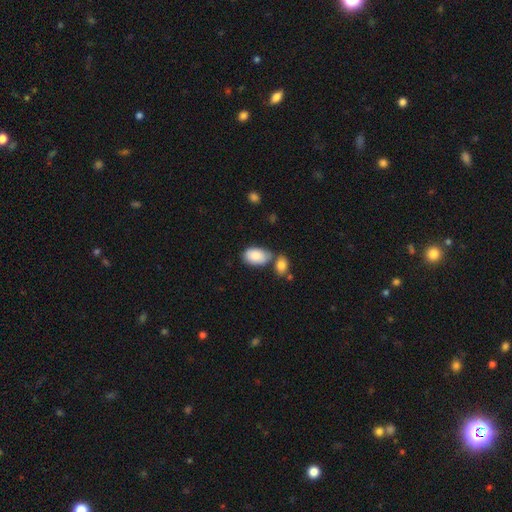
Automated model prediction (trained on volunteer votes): smooth-or-featured: smooth: 85% | featured or disk: 9% | star or artifact: 6%
  how-rounded: in between: 92% | round: 6% | cigar-shaped: 1%
  merging: none: 49% | merger: 30% | minor disturbance: 17% | major disturbance: 5%